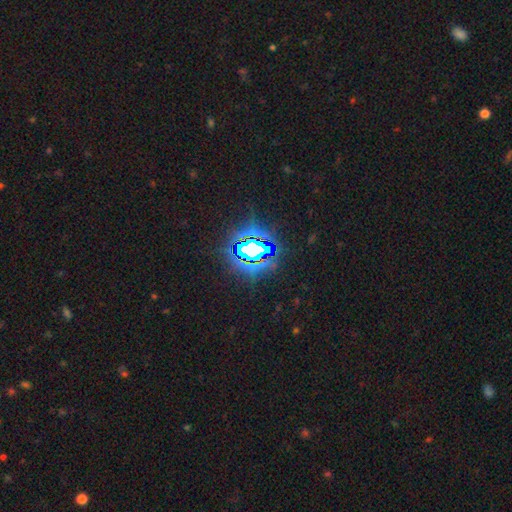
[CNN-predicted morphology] smooth-or-featured: star or artifact: 84% | smooth: 10% | featured or disk: 6%